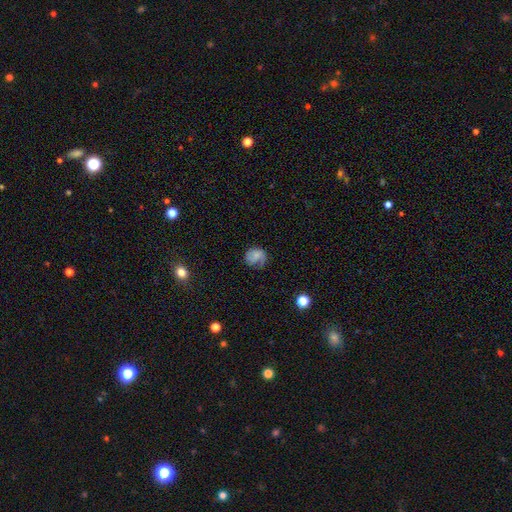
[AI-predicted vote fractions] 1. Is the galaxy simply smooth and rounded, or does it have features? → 51% smooth, 40% featured or disk, 9% star or artifact.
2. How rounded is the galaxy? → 66% round, 33% in between, 1% cigar-shaped.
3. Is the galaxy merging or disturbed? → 49% none, 27% minor disturbance, 21% major disturbance, 2% merger.